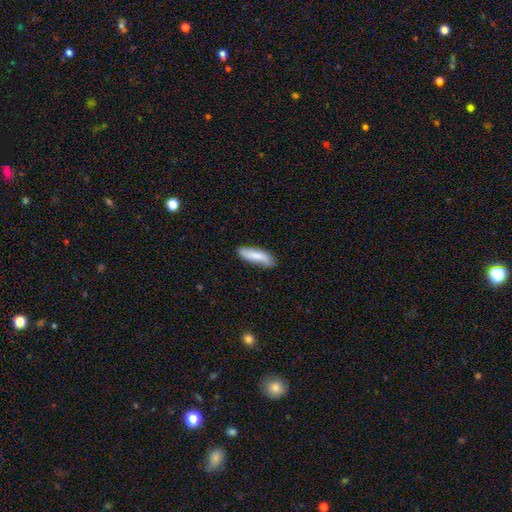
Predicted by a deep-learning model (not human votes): The model was most divided on "how rounded" (2-way tie): cigar-shaped: 49%, in between: 49%, round: 2%. More confident: merging — none (80%); smooth or featured — smooth (75%).